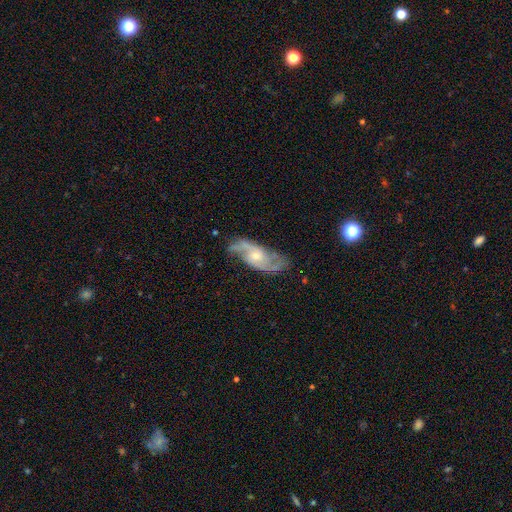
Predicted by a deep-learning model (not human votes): This is clearly a featured or disk galaxy (86%). It is clearly not viewed edge-on (94%). Bar: likely no (60%). Spiral arm pattern: clearly yes (96%). Spiral arm count: clearly 2 (86%). Spiral winding: possibly medium (47%). Central bulge: possibly small (49%). Merging: likely none (73%).